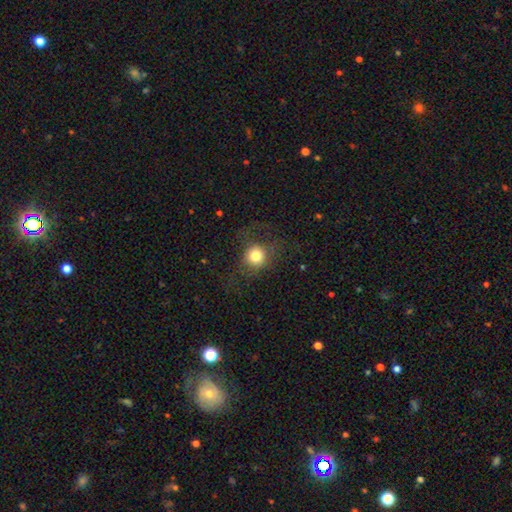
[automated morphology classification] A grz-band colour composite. It shows a smooth galaxy with no disk features (75%) that is round (87%). Merging: none (66%).